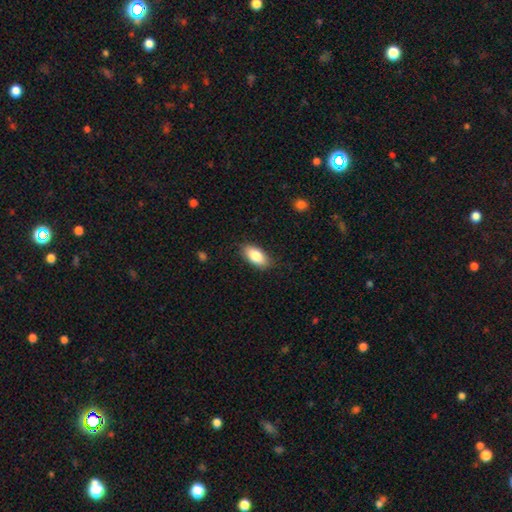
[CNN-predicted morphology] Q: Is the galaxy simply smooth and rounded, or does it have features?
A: smooth — 83%.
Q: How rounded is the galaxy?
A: in between — 91%.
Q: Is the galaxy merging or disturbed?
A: none — 84%.